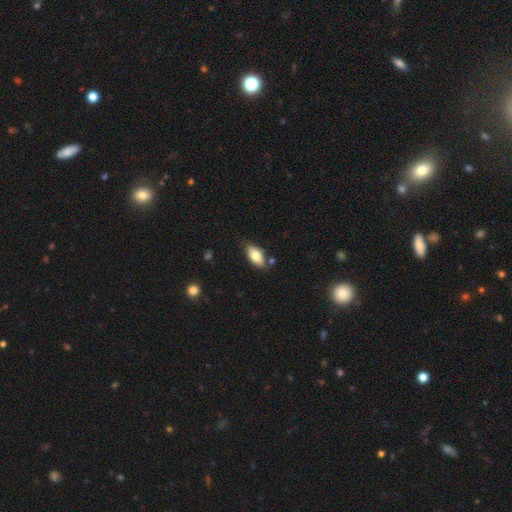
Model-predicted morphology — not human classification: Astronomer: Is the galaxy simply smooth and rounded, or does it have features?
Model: smooth — 78%.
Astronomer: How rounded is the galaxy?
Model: in between — 90%.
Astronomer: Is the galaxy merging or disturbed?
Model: none — 76%.